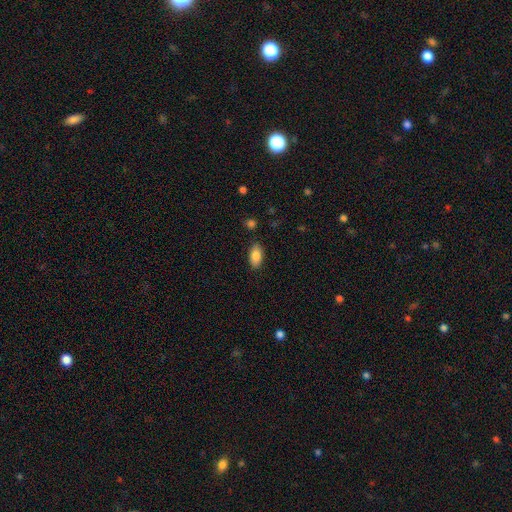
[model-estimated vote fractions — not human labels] Smooth or featured? smooth (86%)
How rounded? in between (91%)
Merging? none (85%)